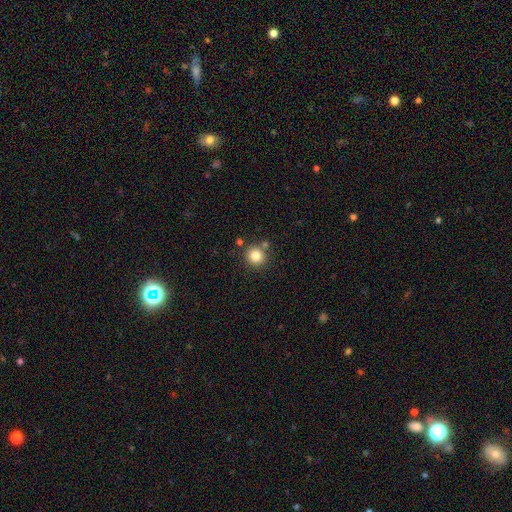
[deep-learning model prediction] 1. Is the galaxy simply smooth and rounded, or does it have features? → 82% smooth, 11% star or artifact, 7% featured or disk.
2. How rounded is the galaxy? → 92% round, 7% in between, 1% cigar-shaped.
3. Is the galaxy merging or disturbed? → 78% none, 11% merger, 9% minor disturbance, 3% major disturbance.